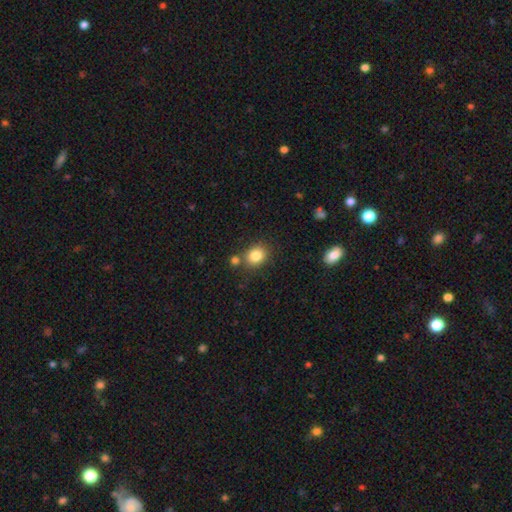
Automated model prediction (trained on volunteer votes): Morphology: type=smooth (83%); roundness=round (63%); merging=none (72%).